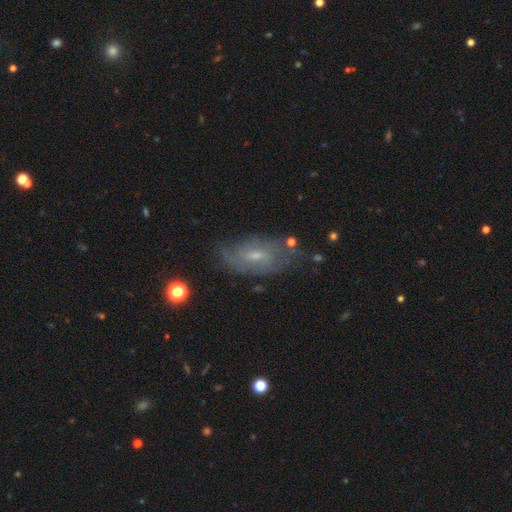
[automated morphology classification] Smooth or featured? featured or disk (66%)
Edge-on disk? no (90%)
Bar? weak (52%)
Spiral arms? yes (78%)
Bulge size? small (54%)
Merging? none (62%)